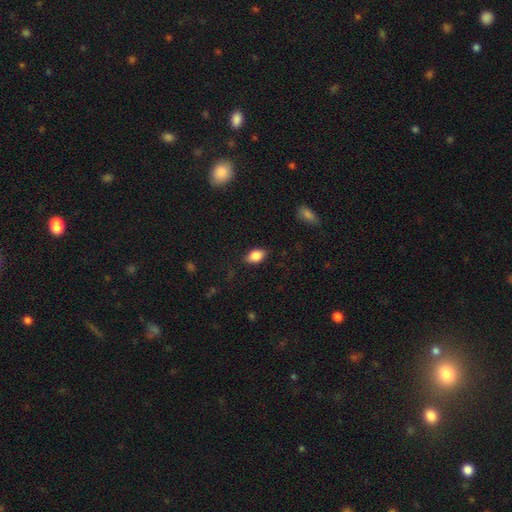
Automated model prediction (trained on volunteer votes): smooth-or-featured: smooth: 83% | featured or disk: 9% | star or artifact: 8%
  how-rounded: in between: 87% | round: 11% | cigar-shaped: 3%
  merging: none: 83% | minor disturbance: 13% | major disturbance: 3% | merger: 1%